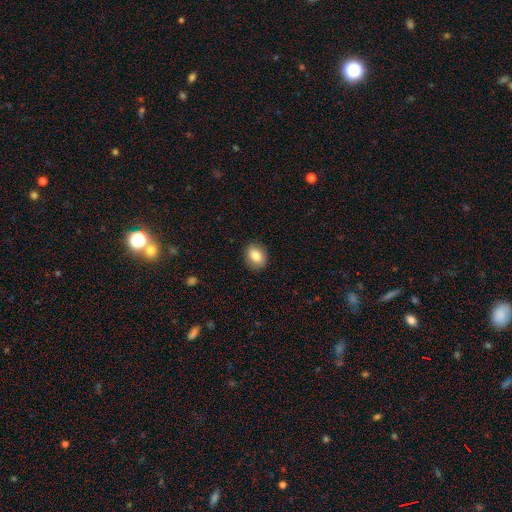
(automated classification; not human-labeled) The model was most divided on "how rounded": in between: 62%, round: 37%, cigar-shaped: 1%. More confident: merging — none (88%); smooth or featured — smooth (85%).